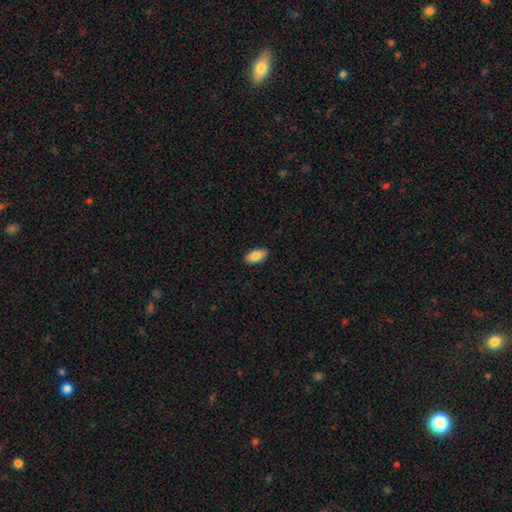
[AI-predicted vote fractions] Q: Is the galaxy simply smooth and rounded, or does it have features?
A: smooth — 83%.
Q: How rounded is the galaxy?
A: in between — 92%.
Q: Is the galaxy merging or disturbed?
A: none — 89%.